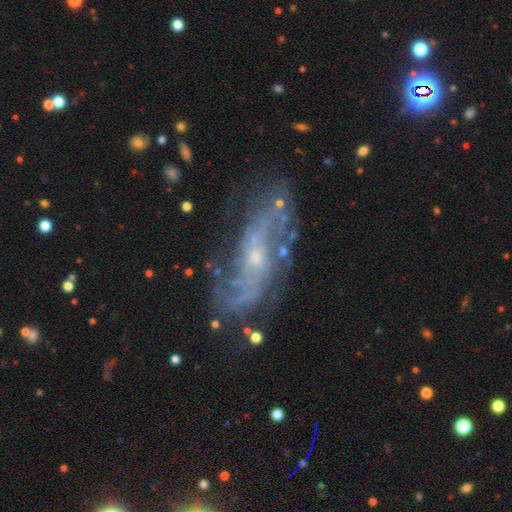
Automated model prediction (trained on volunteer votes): Smooth or featured? featured or disk (84%)
Edge-on disk? no (93%)
Bar? no (60%)
Spiral arms? yes (91%)
Spiral winding? loose (39%, tied with medium)
Spiral arm count? 2 (50%)
Bulge size? small (68%)
Merging? none (66%)